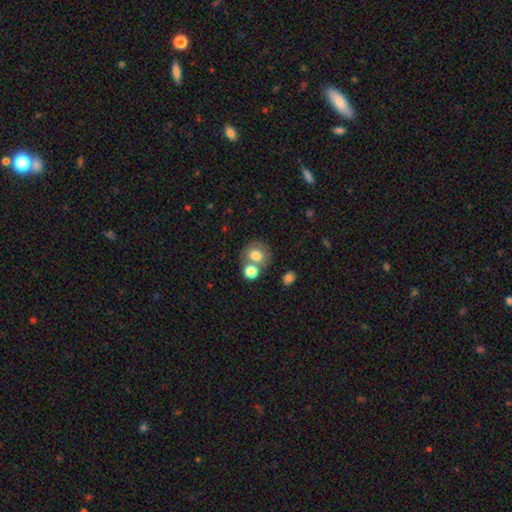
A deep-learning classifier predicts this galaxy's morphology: Smooth or featured? smooth (76%)
How rounded? round (80%)
Merging? none (56%)